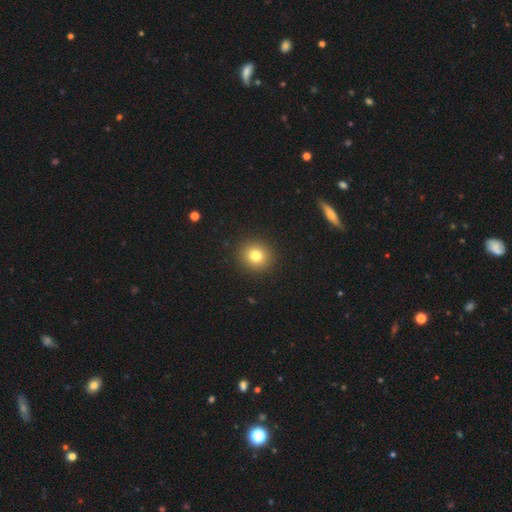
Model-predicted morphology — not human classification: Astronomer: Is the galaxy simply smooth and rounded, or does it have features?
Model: smooth — 80%.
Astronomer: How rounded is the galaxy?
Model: round — 90%.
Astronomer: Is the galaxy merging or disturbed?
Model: none — 92%.